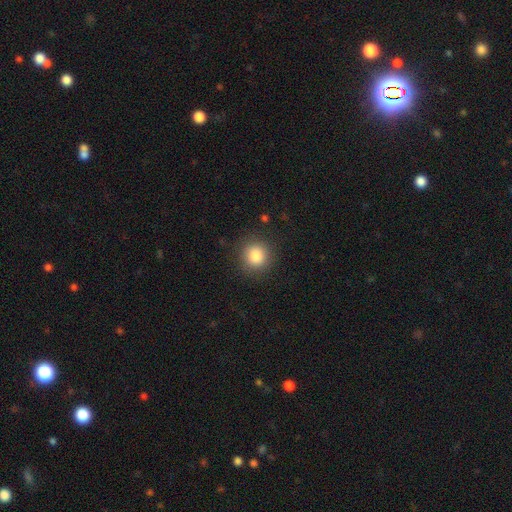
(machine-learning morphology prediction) smooth 85%, star or artifact 10%, featured or disk 5%. Down the decision tree: how rounded — round (91%); merging — none (88%).